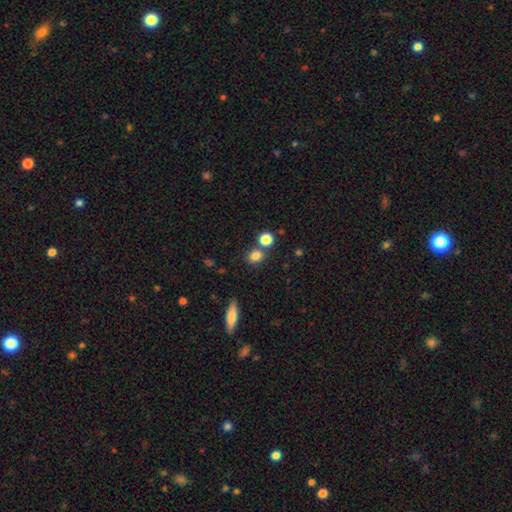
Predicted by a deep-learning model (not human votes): smooth 81%, star or artifact 12%, featured or disk 7%. Down the decision tree: how rounded — round (64%); merging — none (66%).